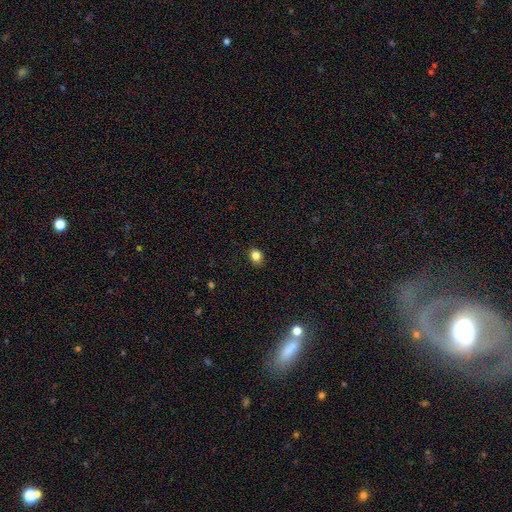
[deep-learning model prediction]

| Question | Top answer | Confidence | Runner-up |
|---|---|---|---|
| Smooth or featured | smooth | 84% | star or artifact (11%) |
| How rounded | round | 56% | in between (43%) |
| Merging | none | 85% | minor disturbance (11%) |